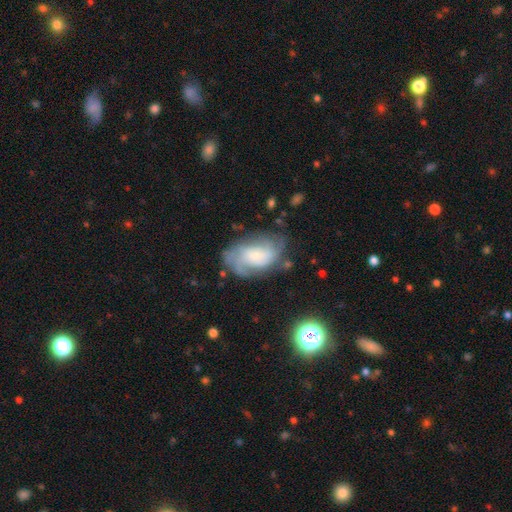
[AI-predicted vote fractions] This appears to be a featured or disk galaxy (72%) with no bar (66%), tight (44%) spiral arms (89%) and a small central bulge (67%). Merging: none (62%).